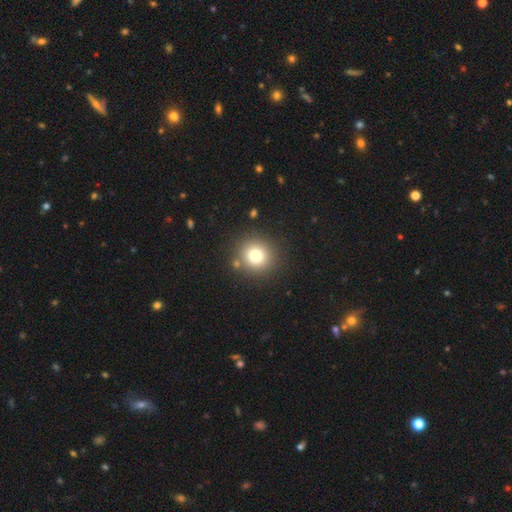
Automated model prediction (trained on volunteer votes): The model was most divided on "smooth or featured": smooth: 78%, star or artifact: 13%, featured or disk: 9%. More confident: how rounded — round (91%); merging — none (86%).